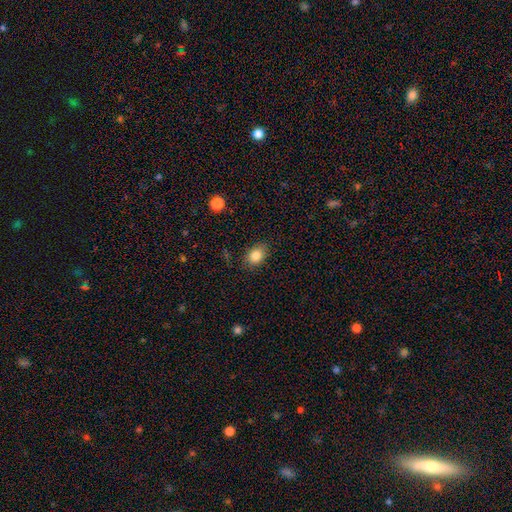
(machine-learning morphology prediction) A smooth galaxy with no disk features (84%) that is in between round and cigar-shaped (69%). Merging: none (83%).